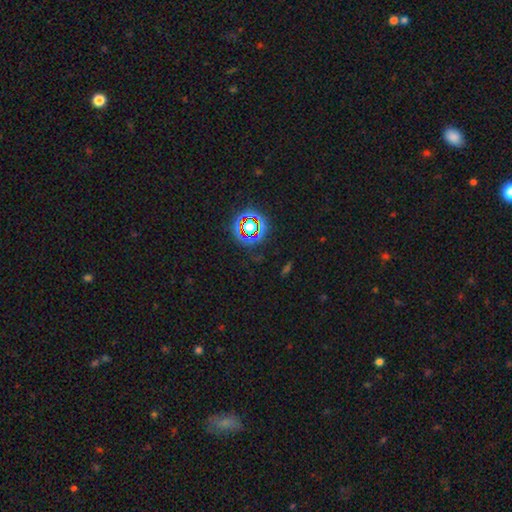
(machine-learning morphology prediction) Smooth or featured? star or artifact (74%)